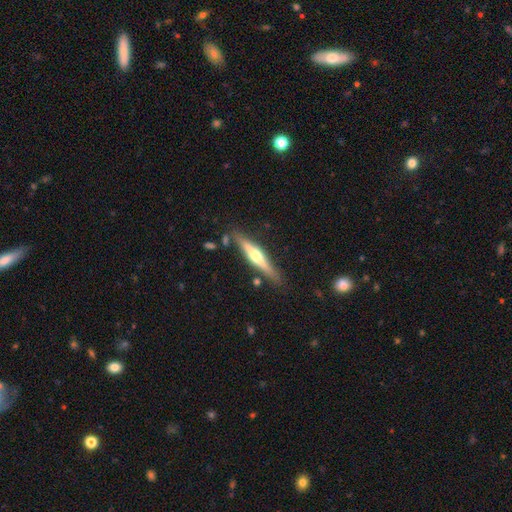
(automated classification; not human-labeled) Overall: featured or disk (67%; smooth 27%). Edge-on disk: yes (97%). Edge-on bulge: rounded (90%). Merging: none (82%).